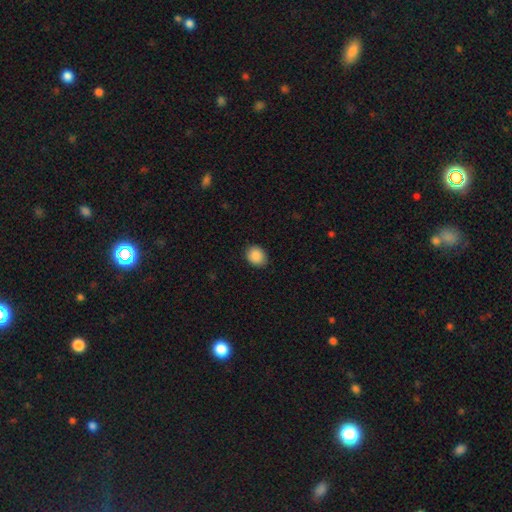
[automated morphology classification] A smooth galaxy with no disk features (89%) that is round (58%).

Vote fractions:
- Smooth or featured? smooth: 89% / star or artifact: 8% / featured or disk: 3%
- How rounded? round: 58% / in between: 41% / cigar-shaped: 1%
- Merging? none: 85% / minor disturbance: 12% / major disturbance: 2% / merger: 1%